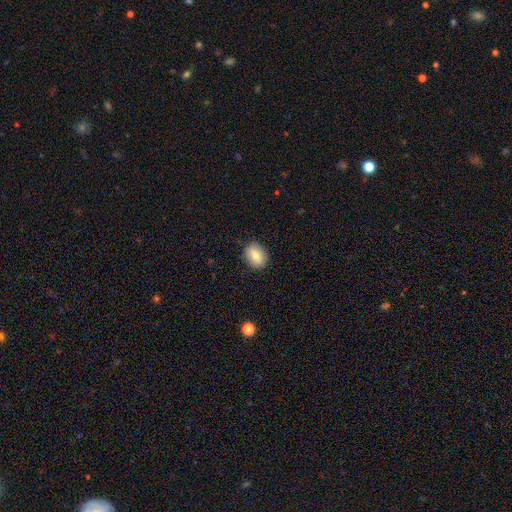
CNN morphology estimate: This is likely a smooth galaxy (68%). How rounded: possibly in between (51%). Merging: clearly none (87%).